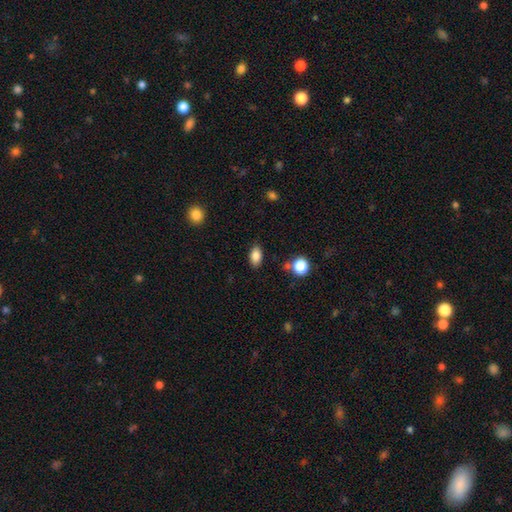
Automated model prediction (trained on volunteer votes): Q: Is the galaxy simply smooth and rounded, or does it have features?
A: smooth — 85%.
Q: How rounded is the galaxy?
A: in between — 89%.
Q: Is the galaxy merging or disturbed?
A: none — 83%.